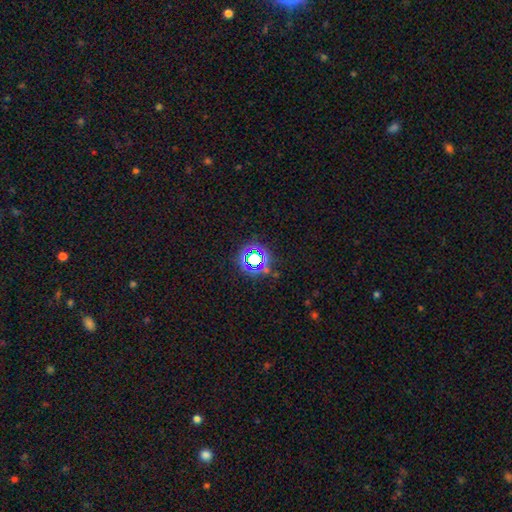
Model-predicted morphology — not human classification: smooth_or_featured: star or artifact (p=0.63) [alt: smooth p=0.25]